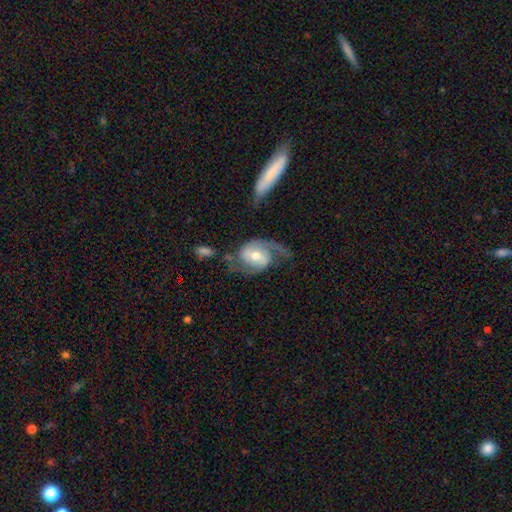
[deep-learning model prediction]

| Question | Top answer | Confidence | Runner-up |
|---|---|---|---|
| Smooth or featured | featured or disk | 82% | smooth (13%) |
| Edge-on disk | no | 97% | yes (3%) |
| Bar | weak | 43% | no (38%) |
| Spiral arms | yes | 94% | no (6%) |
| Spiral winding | medium | 44% | loose (41%) |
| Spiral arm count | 2 | 83% | 1 (10%) |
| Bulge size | moderate | 68% | small (24%) |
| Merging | none | 54% | major disturbance (21%) |